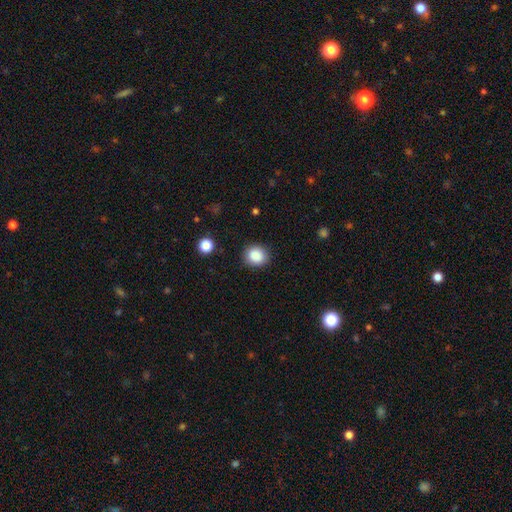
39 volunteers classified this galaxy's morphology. Smooth or featured? smooth (85%)
How rounded? round (91%)
Merging? none (83%)